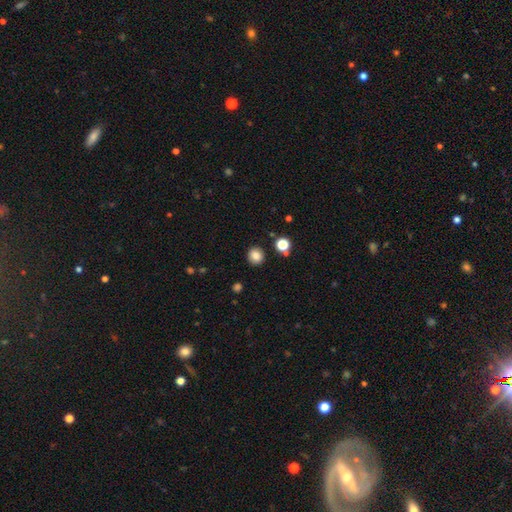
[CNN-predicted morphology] A smooth galaxy with no disk features (84%) that is round (87%). Merging: none (89%).